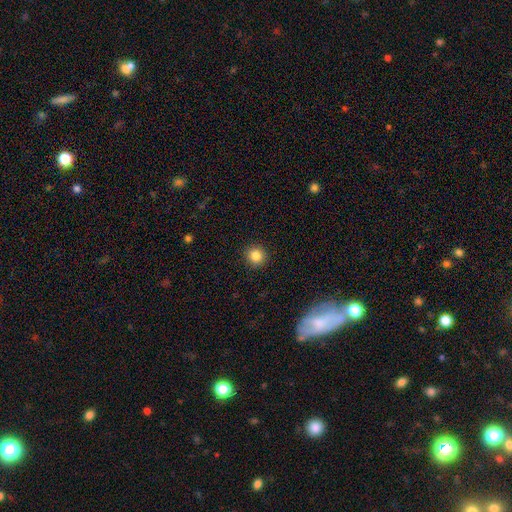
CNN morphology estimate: Smooth or featured? Predicted: smooth (p=0.85). How rounded? Predicted: round (p=0.94). Merging? Predicted: none (p=0.92).